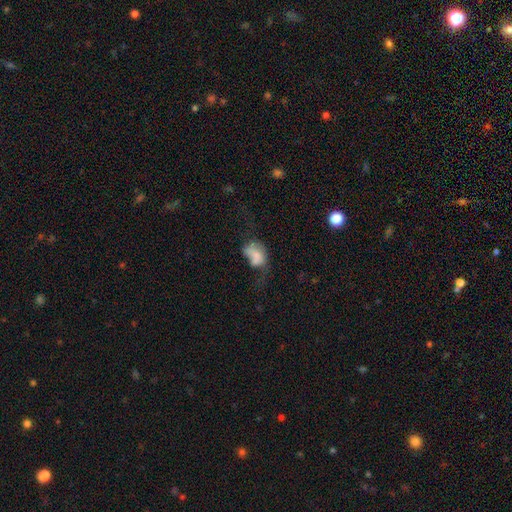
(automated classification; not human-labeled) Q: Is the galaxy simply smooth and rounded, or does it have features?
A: smooth — 65%.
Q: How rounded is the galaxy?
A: in between — 79%.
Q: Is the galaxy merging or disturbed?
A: major disturbance — 44%.